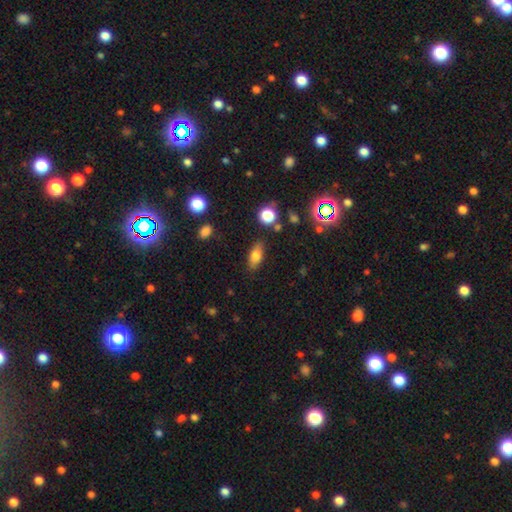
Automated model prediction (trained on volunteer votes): Smooth or featured: smooth — 76% (featured or disk — 14%)
How rounded: in between — 83% (cigar-shaped — 11%)
Merging: none — 81% (minor disturbance — 13%)